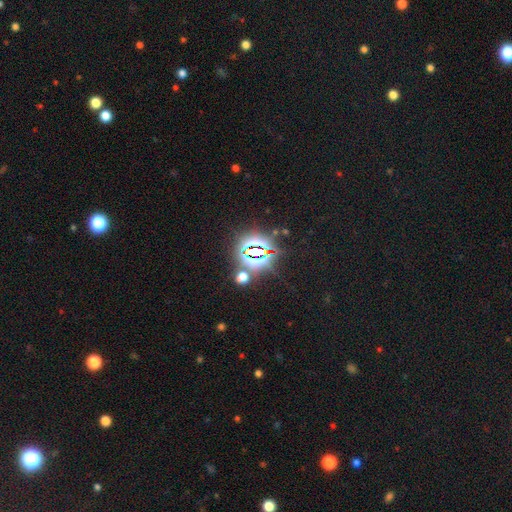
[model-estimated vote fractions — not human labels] Morphology: type=star or artifact (77%).